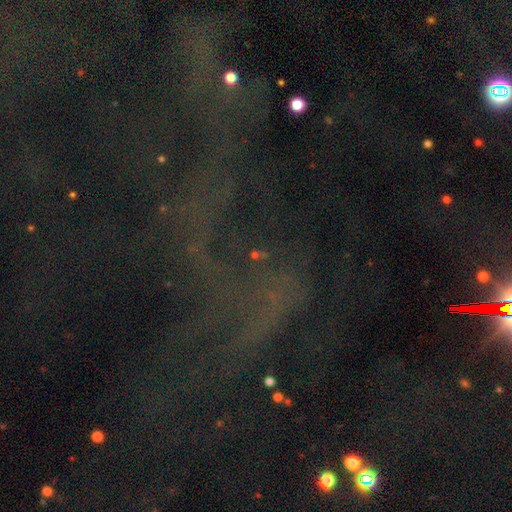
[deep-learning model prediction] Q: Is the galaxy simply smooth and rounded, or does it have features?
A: star or artifact — 65%.